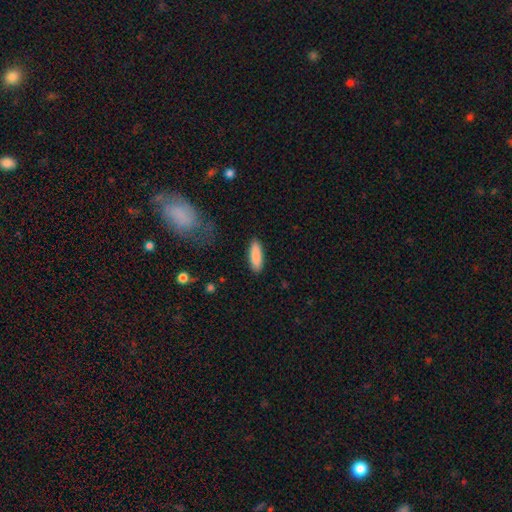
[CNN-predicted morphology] A smooth galaxy with no disk features (88%) that is in between round and cigar-shaped (51%).

Vote fractions:
- Smooth or featured? smooth: 88% / featured or disk: 6% / star or artifact: 6%
- How rounded? in between: 51% / cigar-shaped: 47% / round: 2%
- Merging? none: 87% / minor disturbance: 9% / major disturbance: 2% / merger: 1%